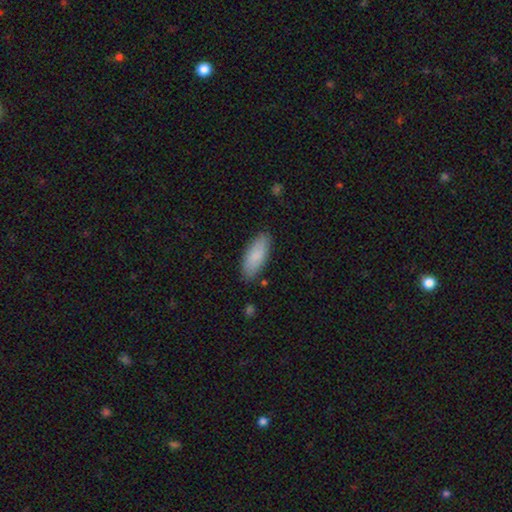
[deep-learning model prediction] Smooth or featured?
  - smooth: 86% *
  - featured or disk: 9%
  - star or artifact: 6%
How rounded?
  - in between: 77% *
  - cigar-shaped: 21%
  - round: 2%
Merging?
  - none: 85% *
  - minor disturbance: 11%
  - major disturbance: 2%
  - merger: 1%